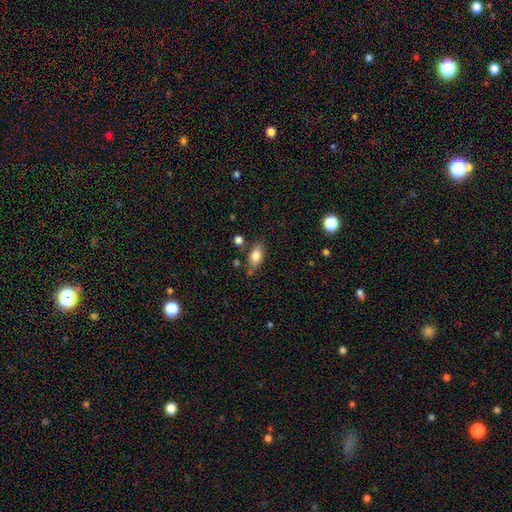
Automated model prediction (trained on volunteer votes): Smooth or featured?
  - smooth: 80% *
  - featured or disk: 12%
  - star or artifact: 8%
How rounded?
  - in between: 85% *
  - round: 7%
  - cigar-shaped: 7%
Merging?
  - none: 71% *
  - minor disturbance: 18%
  - merger: 7%
  - major disturbance: 5%